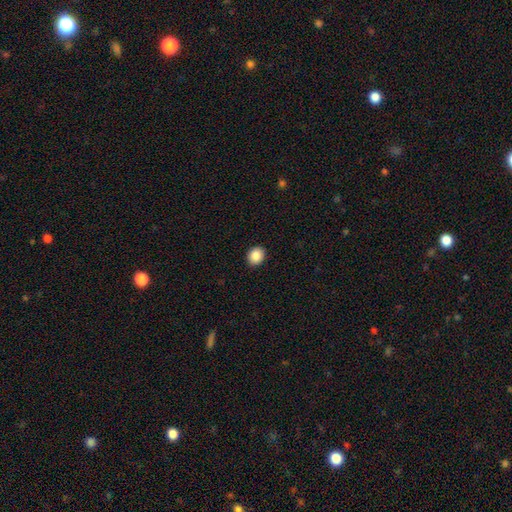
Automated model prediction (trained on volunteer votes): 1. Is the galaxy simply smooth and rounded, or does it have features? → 87% smooth, 9% star or artifact, 5% featured or disk.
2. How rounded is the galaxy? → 64% round, 35% in between, 1% cigar-shaped.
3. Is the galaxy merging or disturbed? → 92% none, 6% minor disturbance, 2% major disturbance, 1% merger.